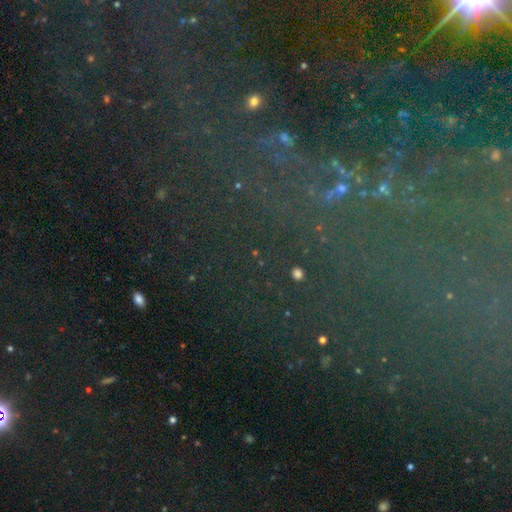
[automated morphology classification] Q: Smooth or featured?
A: star or artifact (77%); runner-up: featured or disk (12%)